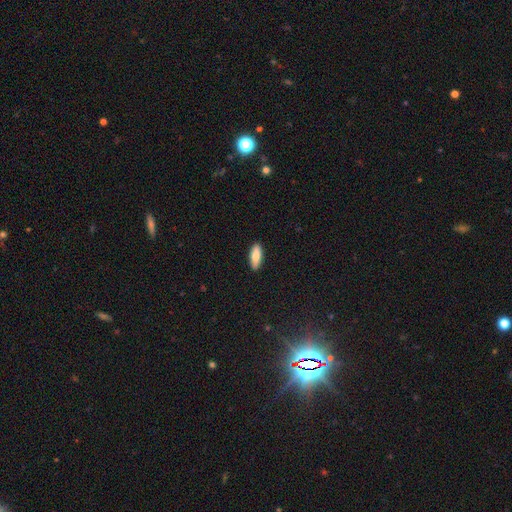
smooth 82%, featured or disk 13%, star or artifact 5%. Down the decision tree: how rounded — in between (62%); merging — none (95%).